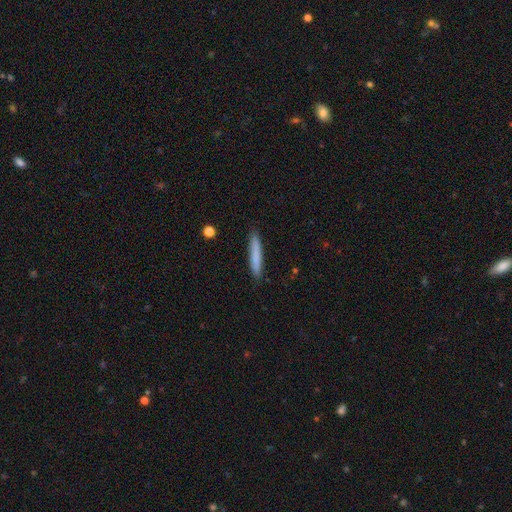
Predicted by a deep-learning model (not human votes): smooth_or_featured: smooth (p=0.80) [alt: featured or disk p=0.14]
how_rounded: cigar-shaped (p=0.94) [alt: in between p=0.04]
merging: none (p=0.90) [alt: minor disturbance p=0.07]